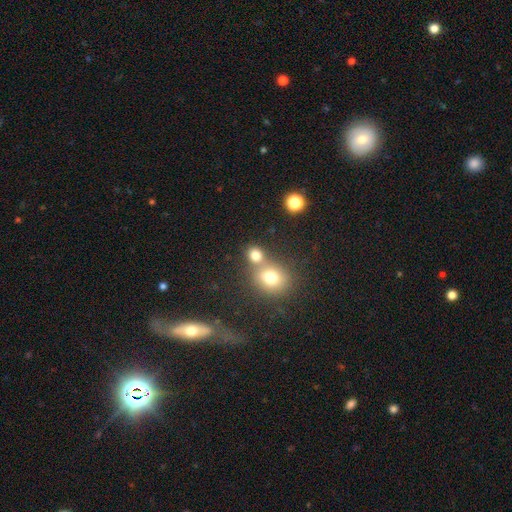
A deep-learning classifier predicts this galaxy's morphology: Q: Smooth or featured?
A: smooth (77%); runner-up: star or artifact (14%)
Q: How rounded?
A: round (74%); runner-up: in between (25%)
Q: Merging?
A: none (49%); runner-up: merger (39%)